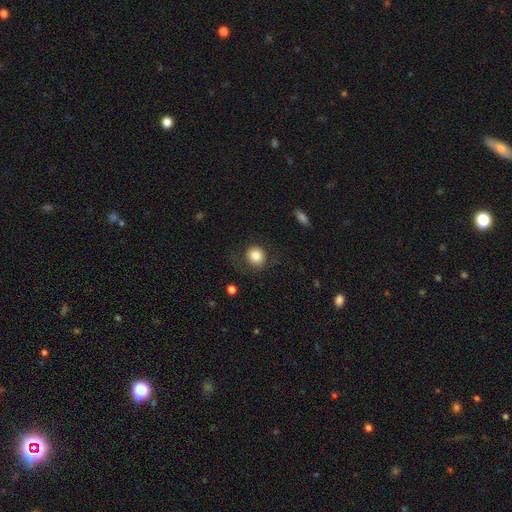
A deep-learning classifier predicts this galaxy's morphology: This is clearly a smooth galaxy (82%). How rounded: clearly round (85%). Merging: likely none (77%).